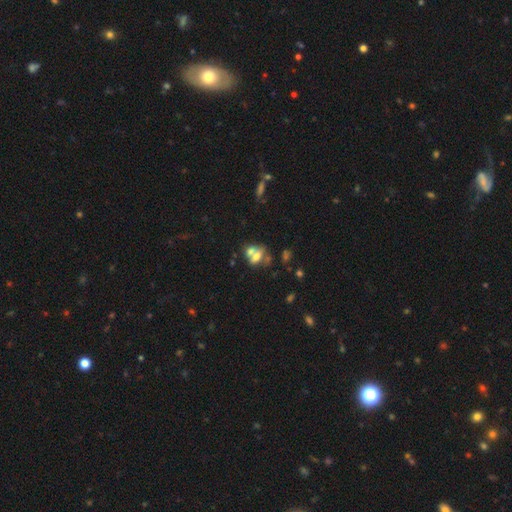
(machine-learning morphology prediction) Smooth or featured: smooth — 55% (featured or disk — 32%)
How rounded: in between — 65% (round — 31%)
Merging: merger — 58% (none — 27%)